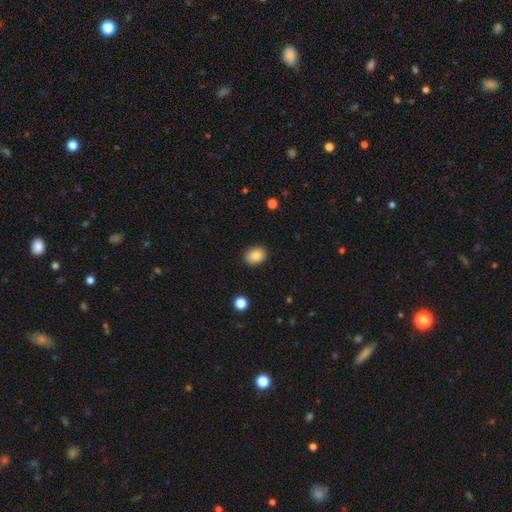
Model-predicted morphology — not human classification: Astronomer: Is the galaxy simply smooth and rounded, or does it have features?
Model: smooth — 86%.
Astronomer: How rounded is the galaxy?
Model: in between — 62% (runner-up: round, 37%).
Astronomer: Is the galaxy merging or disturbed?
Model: none — 89%.